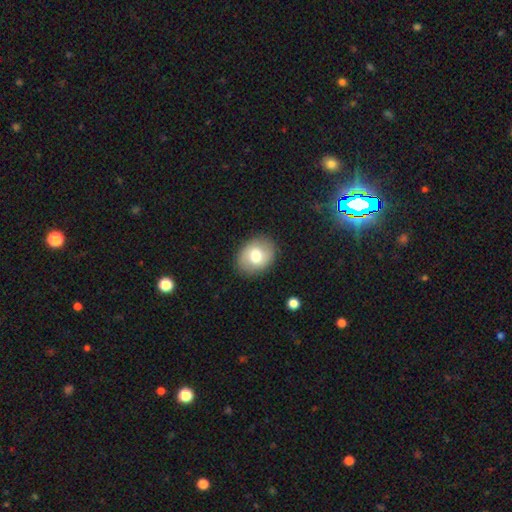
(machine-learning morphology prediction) smooth_or_featured: smooth (p=0.72) [alt: featured or disk p=0.20]
how_rounded: in between (p=0.53) [alt: round p=0.47]
merging: none (p=0.87) [alt: minor disturbance p=0.09]